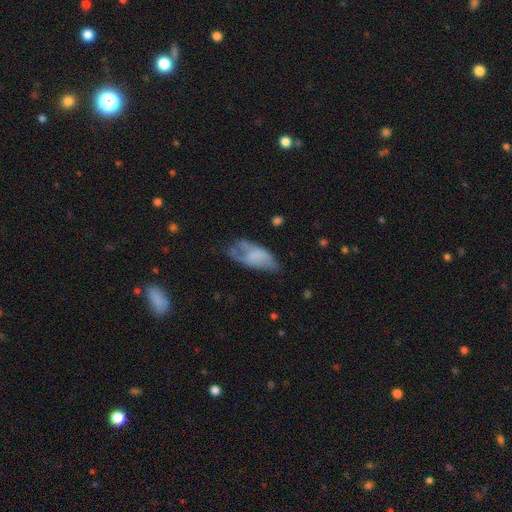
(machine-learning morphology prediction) type=smooth (54%); roundness=in between (88%); merging=none (34%).